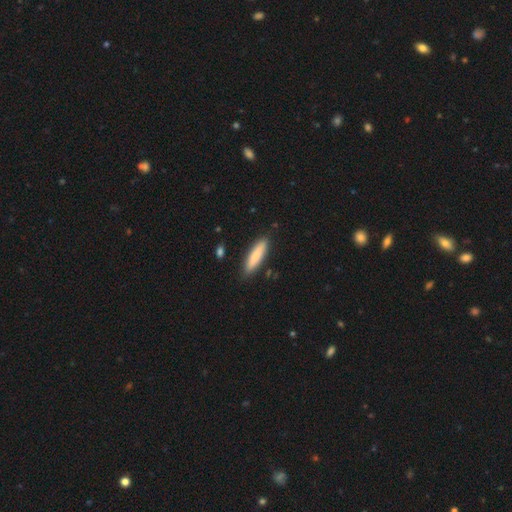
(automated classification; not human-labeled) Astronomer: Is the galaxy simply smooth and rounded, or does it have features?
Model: smooth — 81%.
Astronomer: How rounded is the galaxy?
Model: cigar-shaped — 77%.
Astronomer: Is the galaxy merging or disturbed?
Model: none — 86%.